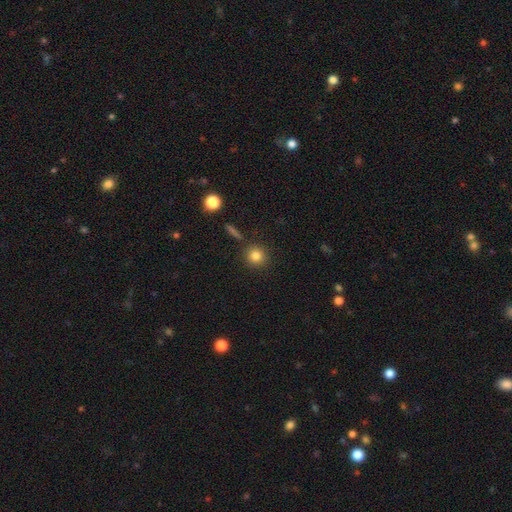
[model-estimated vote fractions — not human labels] smooth_or_featured: smooth (p=0.82) [alt: star or artifact p=0.11]
how_rounded: round (p=0.92) [alt: in between p=0.07]
merging: none (p=0.87) [alt: minor disturbance p=0.07]